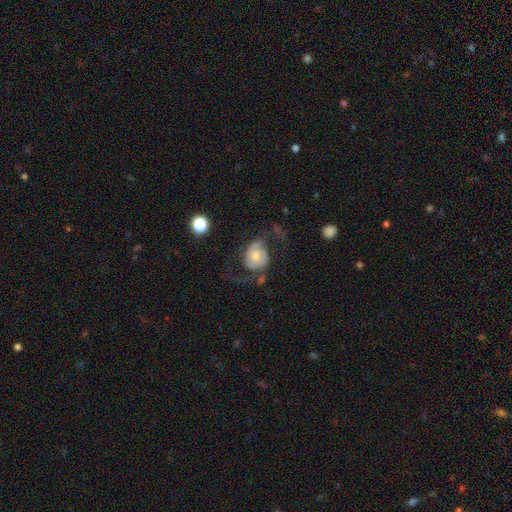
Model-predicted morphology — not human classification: This appears to be a featured or disk galaxy (60%) with no bar (77%), spiral arms (79%) and a moderate central bulge (59%). Merging: none (43%).